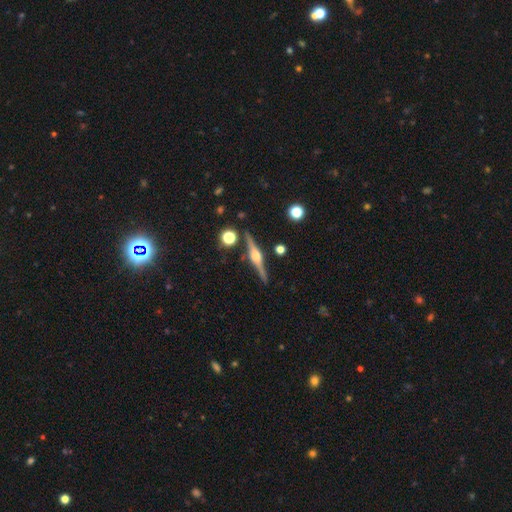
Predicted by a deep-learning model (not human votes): Q: Smooth or featured?
A: featured or disk (86%); runner-up: smooth (9%)
Q: Edge-on disk?
A: yes (98%); runner-up: no (2%)
Q: Edge-on bulge?
A: rounded (92%); runner-up: boxy (6%)
Q: Merging?
A: none (89%); runner-up: minor disturbance (7%)